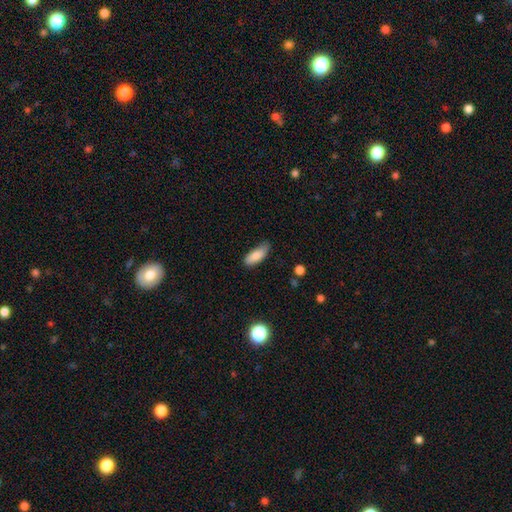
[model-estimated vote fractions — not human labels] Morphology: type=smooth (85%); roundness=in between (72%); merging=none (68%).